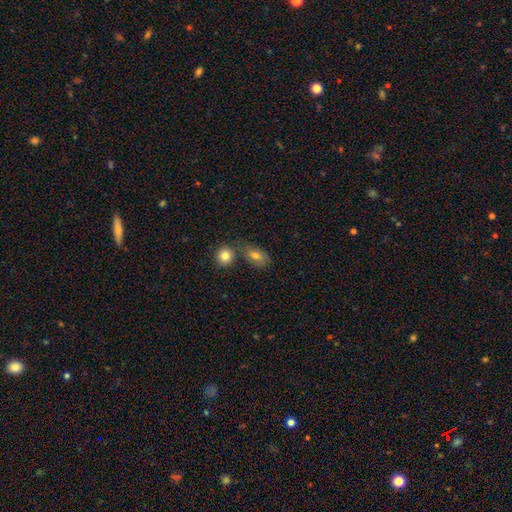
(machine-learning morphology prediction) Smooth or featured: smooth — 76% (featured or disk — 15%)
How rounded: in between — 82% (round — 14%)
Merging: none — 60% (merger — 20%)